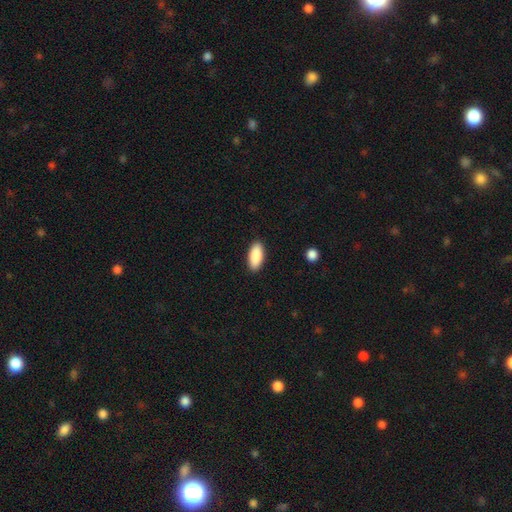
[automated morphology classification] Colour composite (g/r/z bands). It shows a smooth galaxy with no disk features (90%) that is in between round and cigar-shaped (87%). Merging: none (90%).